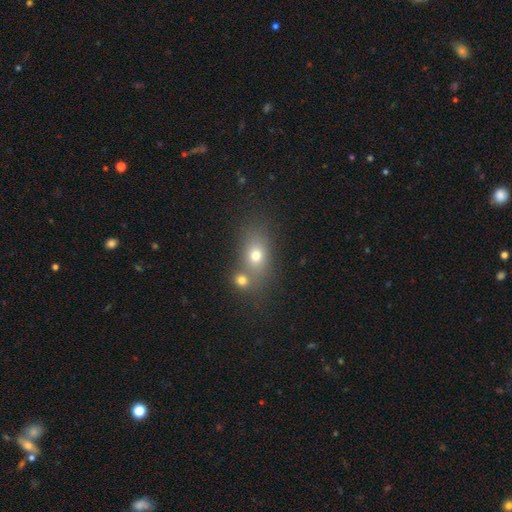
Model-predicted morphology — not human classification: A smooth galaxy with no disk features (71%) that is in between round and cigar-shaped (62%).

Vote fractions:
- Smooth or featured? smooth: 71% / featured or disk: 15% / star or artifact: 14%
- How rounded? in between: 62% / round: 35% / cigar-shaped: 3%
- Merging? none: 48% / merger: 36% / minor disturbance: 10% / major disturbance: 5%